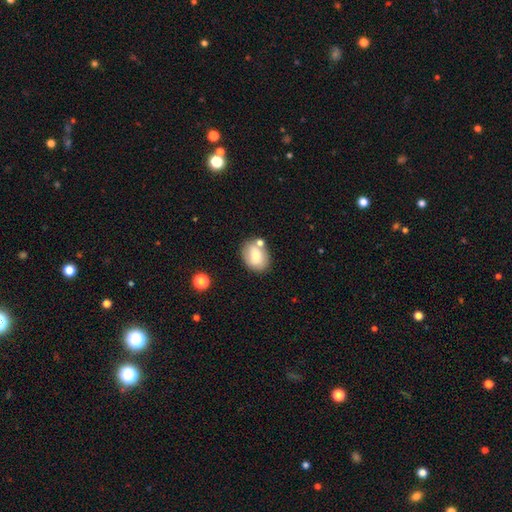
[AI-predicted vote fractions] Smooth or featured: smooth — 72% (featured or disk — 20%)
How rounded: in between — 67% (round — 32%)
Merging: none — 67% (minor disturbance — 16%)